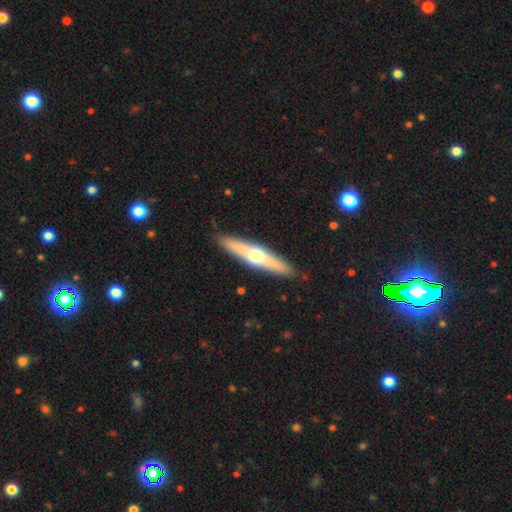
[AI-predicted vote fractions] A featured or disk galaxy (57%) viewed edge-on (92%) with a rounded central bulge (91%). Merging: none (90%).